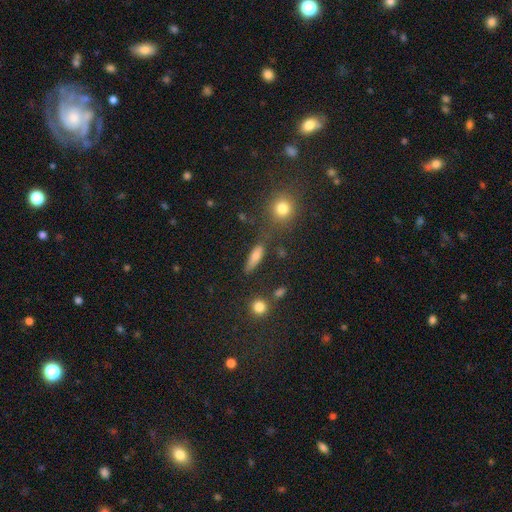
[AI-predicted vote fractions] Overall: smooth (60%; featured or disk 24%). How rounded: cigar-shaped (58%; in between 32%). Merging: none (75%).